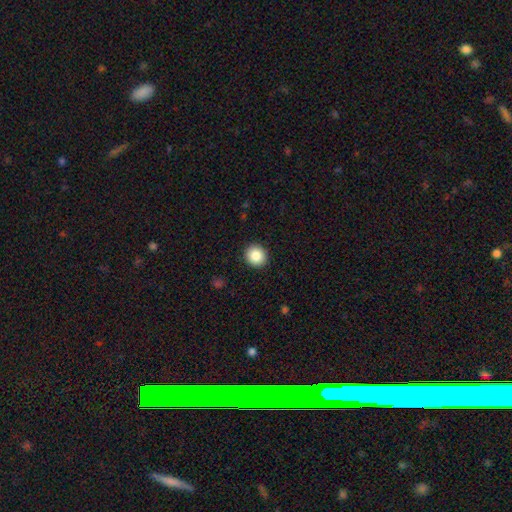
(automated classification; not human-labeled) Smooth or featured: smooth — 87% (star or artifact — 9%)
How rounded: round — 85% (in between — 14%)
Merging: none — 92% (minor disturbance — 6%)